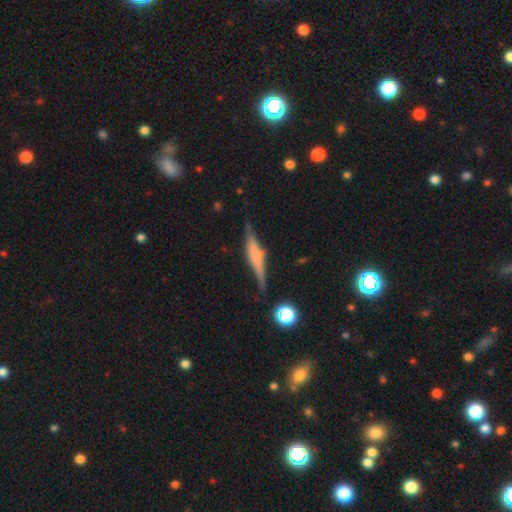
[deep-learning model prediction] Overall: featured or disk (61%; smooth 31%). Edge-on disk: yes (95%). Edge-on bulge: rounded (41%; boxy 35%). Merging: none (75%).